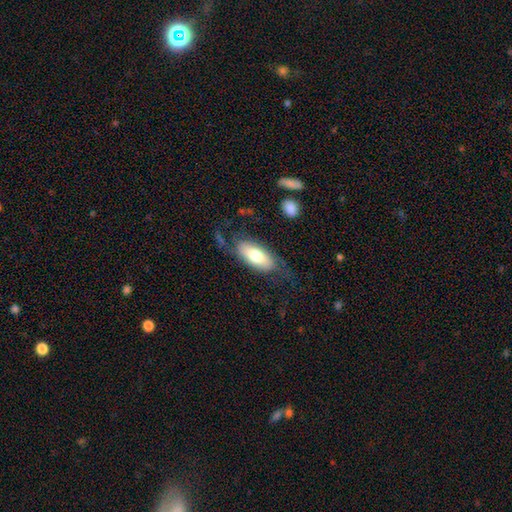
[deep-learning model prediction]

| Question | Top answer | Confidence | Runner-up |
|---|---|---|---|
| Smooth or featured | smooth | 62% | featured or disk (32%) |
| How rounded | in between | 86% | cigar-shaped (11%) |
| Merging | none | 64% | minor disturbance (19%) |